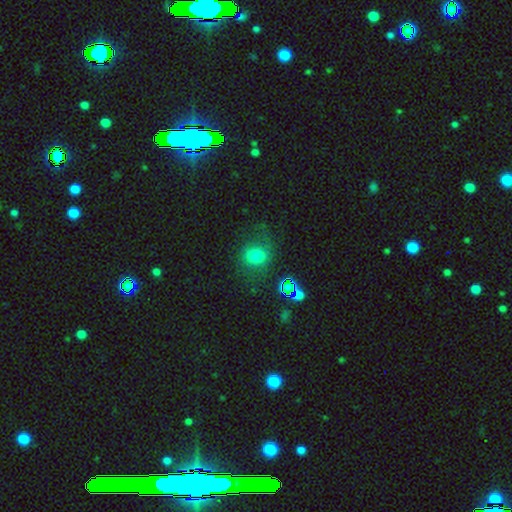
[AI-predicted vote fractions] A smooth galaxy with no disk features (68%) that is round (61%).

Vote fractions:
- Smooth or featured? smooth: 68% / star or artifact: 19% / featured or disk: 13%
- How rounded? round: 61% / in between: 38% / cigar-shaped: 1%
- Merging? none: 65% / minor disturbance: 19% / major disturbance: 13% / merger: 3%